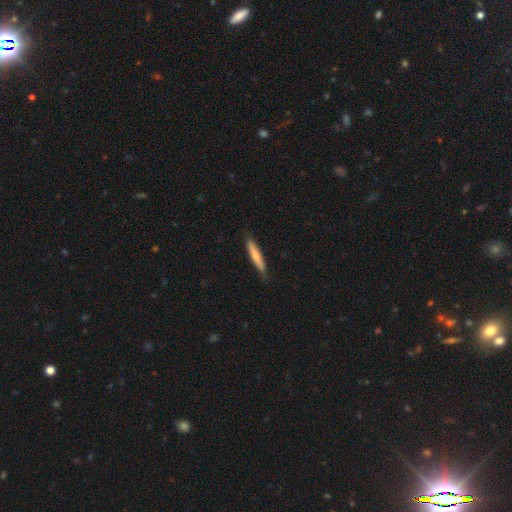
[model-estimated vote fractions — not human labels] A smooth galaxy with no disk features (72%) that is cigar-shaped (91%). Merging: none (84%).